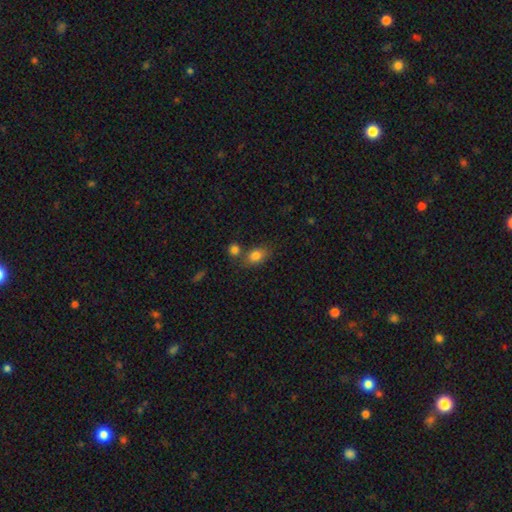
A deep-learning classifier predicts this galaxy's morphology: Smooth or featured? smooth (81%)
How rounded? in between (74%)
Merging? none (60%)